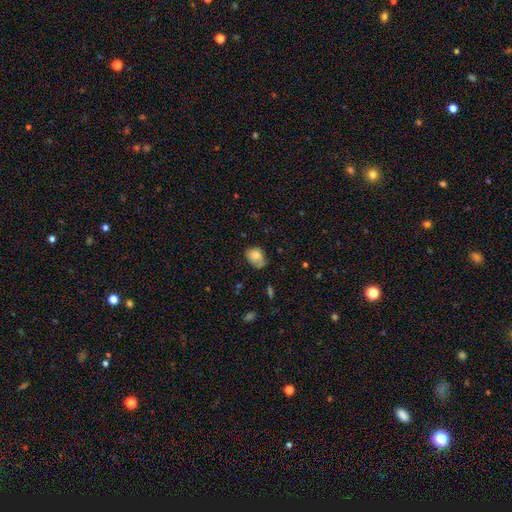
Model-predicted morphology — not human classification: This appears to be a smooth galaxy with no disk features (74%) that is in between round and cigar-shaped (66%). Merging: none (47%).